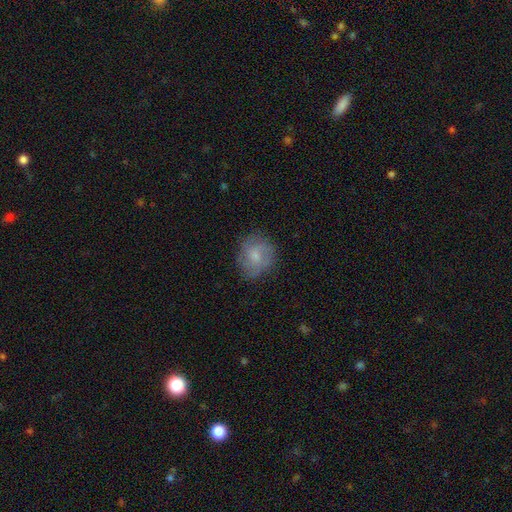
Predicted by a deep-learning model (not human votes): A smooth galaxy with no disk features (60%) that is round (72%). Merging: none (74%).